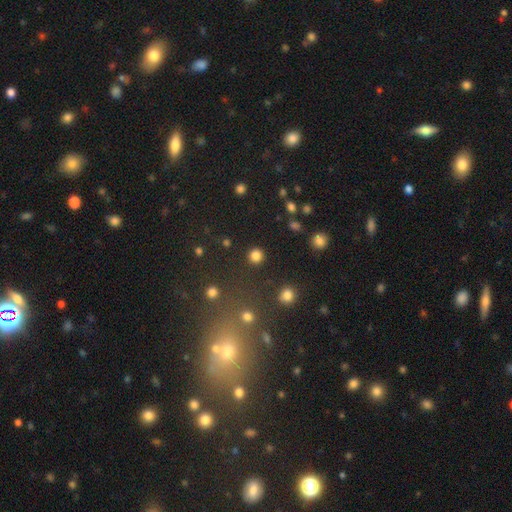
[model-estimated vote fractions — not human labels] smooth_or_featured: smooth (p=0.83) [alt: star or artifact p=0.13]
how_rounded: round (p=0.92) [alt: in between p=0.07]
merging: none (p=0.90) [alt: minor disturbance p=0.06]